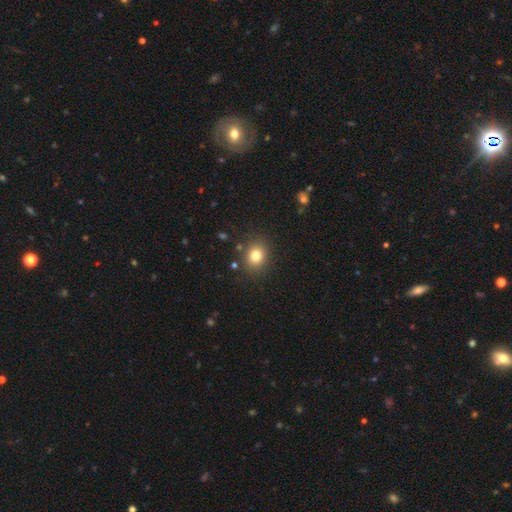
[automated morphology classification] Smooth or featured: smooth — 80% (star or artifact — 13%)
How rounded: round — 65% (in between — 34%)
Merging: none — 86% (minor disturbance — 9%)